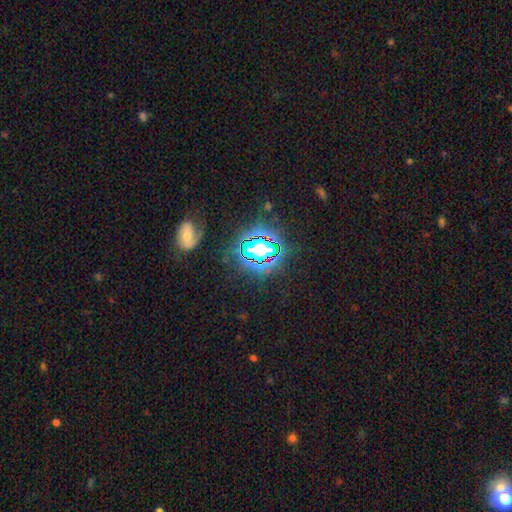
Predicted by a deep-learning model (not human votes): This is likely a star or artifact rather than a galaxy (67%).